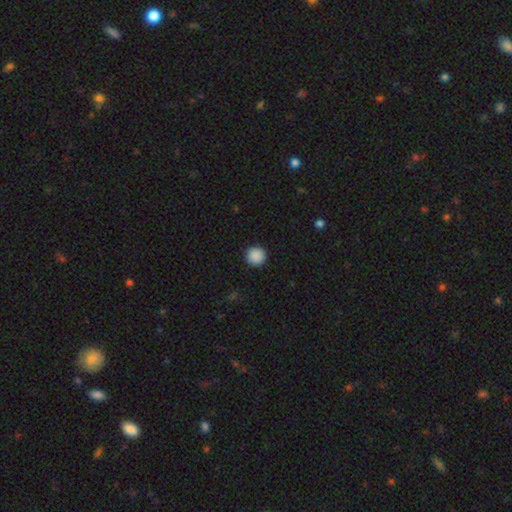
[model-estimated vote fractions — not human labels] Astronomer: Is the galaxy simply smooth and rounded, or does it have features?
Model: smooth — 89%.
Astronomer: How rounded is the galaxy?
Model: round — 96%.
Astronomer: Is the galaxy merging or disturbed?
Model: none — 93%.